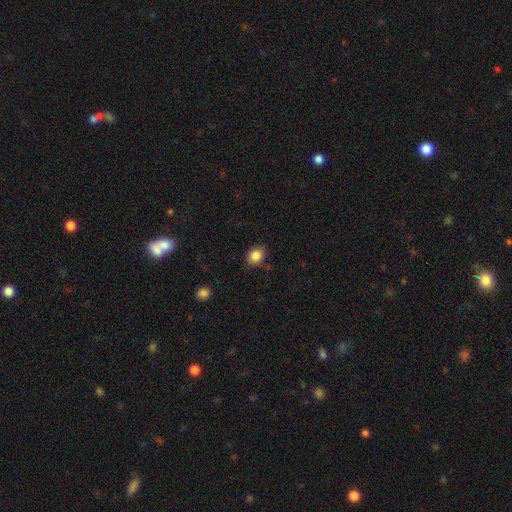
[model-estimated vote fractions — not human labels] This is clearly a smooth galaxy (86%). How rounded: possibly round (54%). Merging: clearly none (83%).